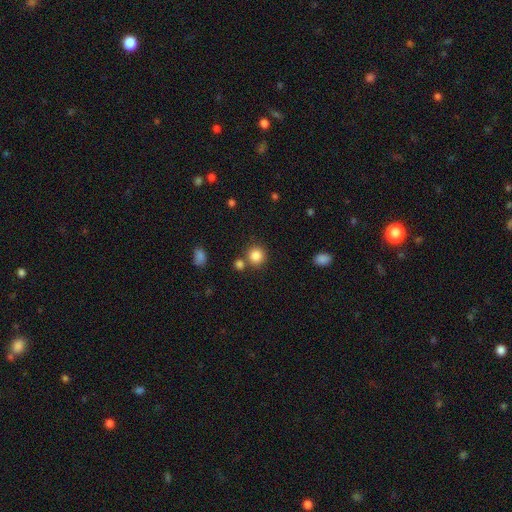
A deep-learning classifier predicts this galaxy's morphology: A smooth galaxy with no disk features (85%) that is round (89%). Merging: none (74%).